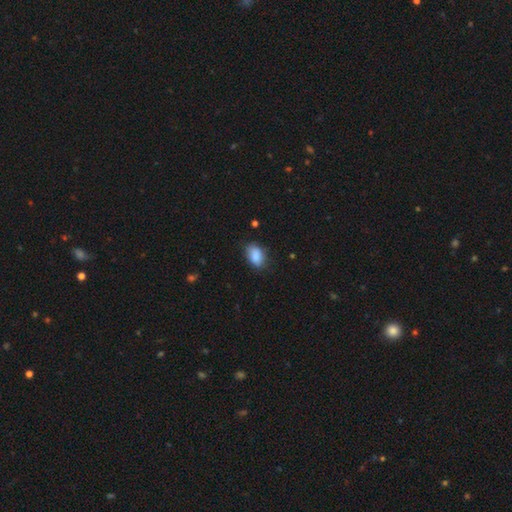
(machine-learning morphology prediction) Q: Smooth or featured?
A: smooth (88%); runner-up: star or artifact (7%)
Q: How rounded?
A: in between (88%); runner-up: round (11%)
Q: Merging?
A: none (75%); runner-up: minor disturbance (20%)